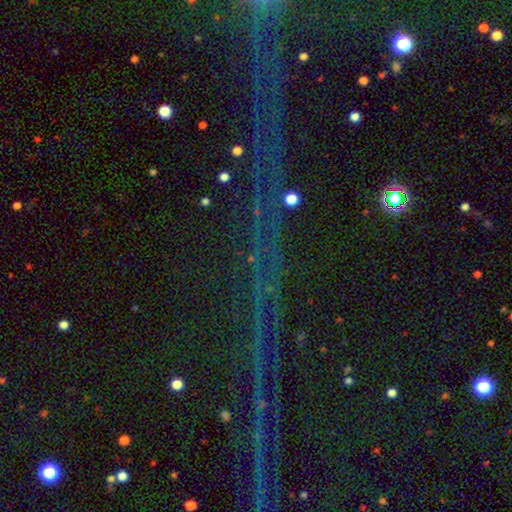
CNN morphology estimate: A star or artifact, not a galaxy (80%).